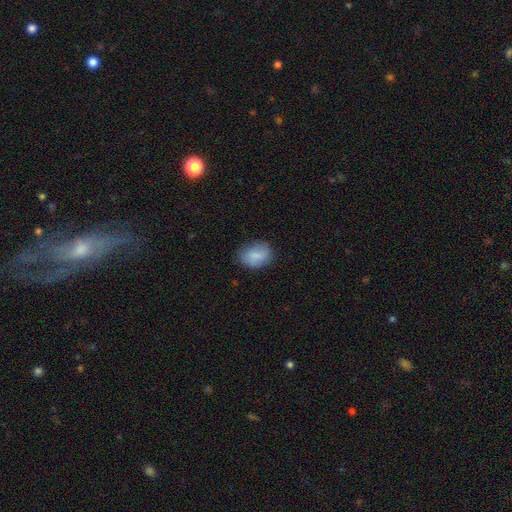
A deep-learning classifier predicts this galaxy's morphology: Smooth or featured?
  - smooth: 84% *
  - featured or disk: 8%
  - star or artifact: 7%
How rounded?
  - in between: 67% *
  - round: 32%
  - cigar-shaped: 1%
Merging?
  - none: 74% *
  - minor disturbance: 20%
  - major disturbance: 5%
  - merger: 1%